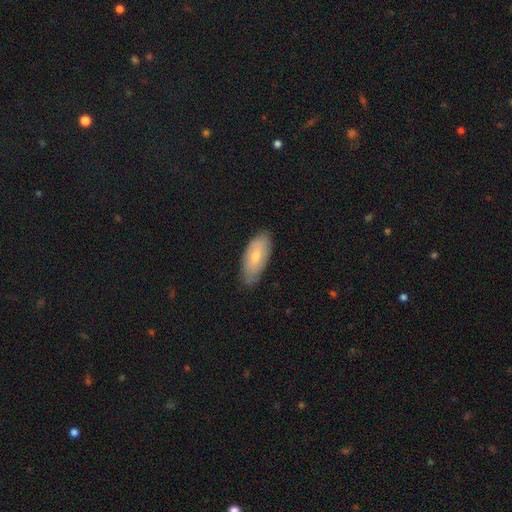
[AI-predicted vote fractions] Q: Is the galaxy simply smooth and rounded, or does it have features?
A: smooth — 68%.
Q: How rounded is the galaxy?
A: in between — 85%.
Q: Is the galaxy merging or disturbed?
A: none — 79%.